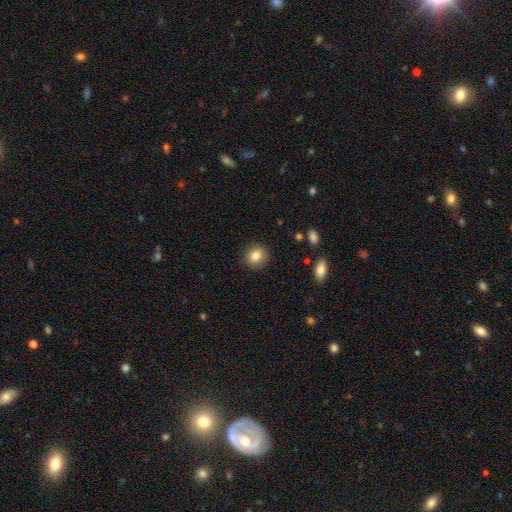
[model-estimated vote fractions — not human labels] Smooth or featured? Predicted: smooth (p=0.84). How rounded? Predicted: round (p=0.85). Merging? Predicted: none (p=0.90).